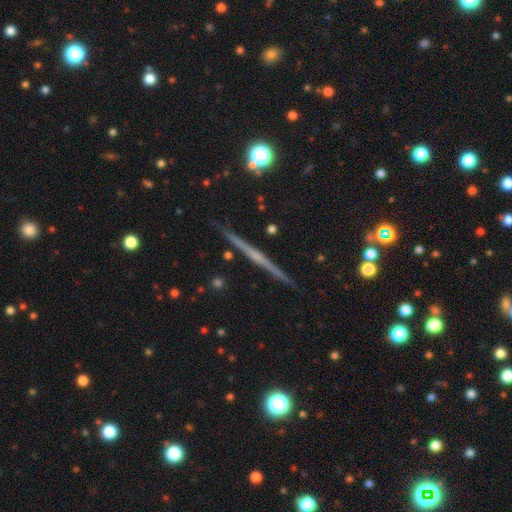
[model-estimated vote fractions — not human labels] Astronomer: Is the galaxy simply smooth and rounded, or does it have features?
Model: featured or disk — 75%.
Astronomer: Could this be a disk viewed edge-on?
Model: yes — 98%.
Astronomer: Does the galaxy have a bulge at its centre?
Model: none — 48% (runner-up: rounded, 44%).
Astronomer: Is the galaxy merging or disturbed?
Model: none — 92%.